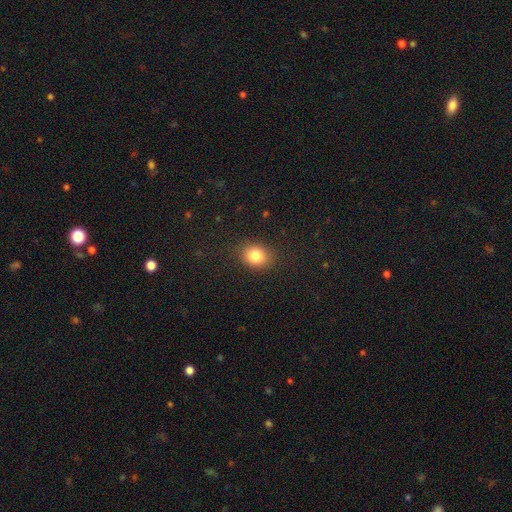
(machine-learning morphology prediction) Smooth or featured? smooth (83%)
How rounded? round (52%)
Merging? none (87%)